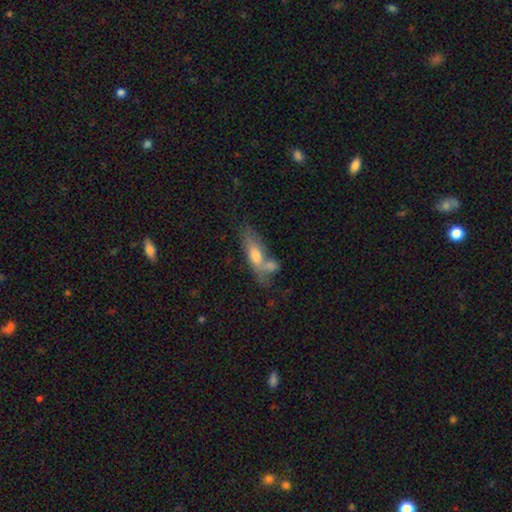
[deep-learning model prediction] Smooth or featured? smooth (58%)
How rounded? in between (51%)
Merging? none (39%)